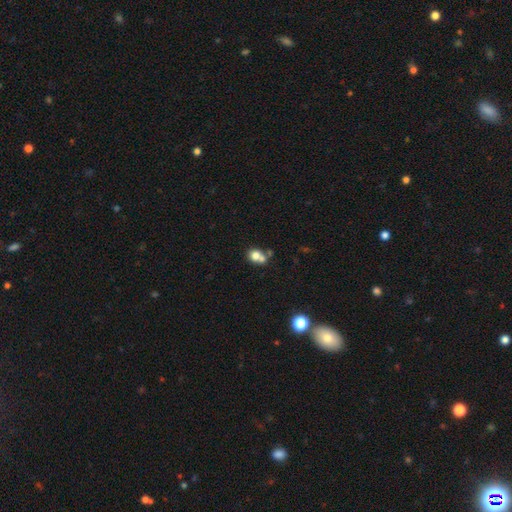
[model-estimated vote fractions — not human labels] Smooth or featured? Predicted: smooth (p=0.73). How rounded? Predicted: round (p=0.67). Merging? Predicted: merger (p=0.49).